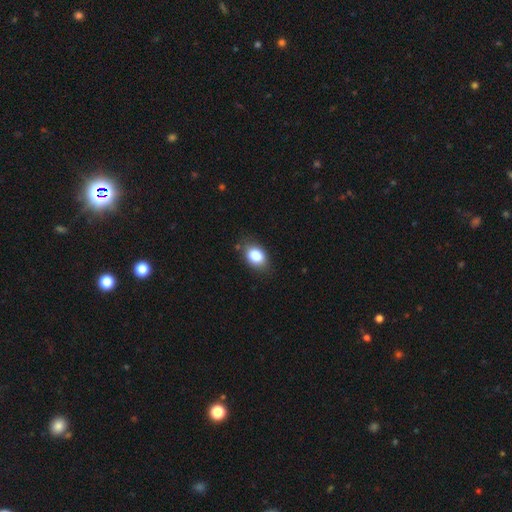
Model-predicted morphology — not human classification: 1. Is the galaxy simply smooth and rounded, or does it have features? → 85% smooth, 8% star or artifact, 7% featured or disk.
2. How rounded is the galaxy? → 76% in between, 22% round, 1% cigar-shaped.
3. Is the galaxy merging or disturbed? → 76% none, 18% minor disturbance, 4% major disturbance, 2% merger.